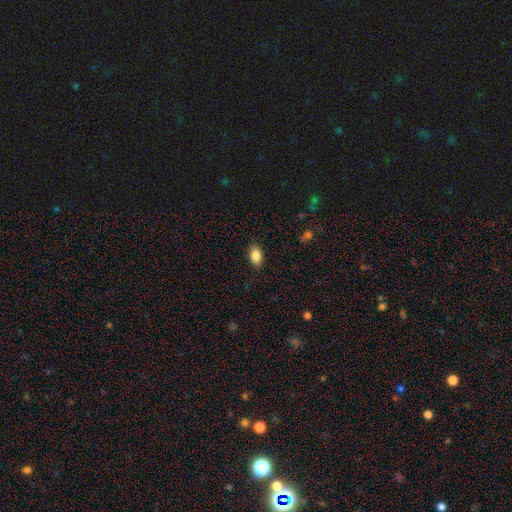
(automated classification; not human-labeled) Smooth or featured: smooth — 86% (star or artifact — 8%)
How rounded: in between — 89% (round — 8%)
Merging: none — 85% (minor disturbance — 11%)